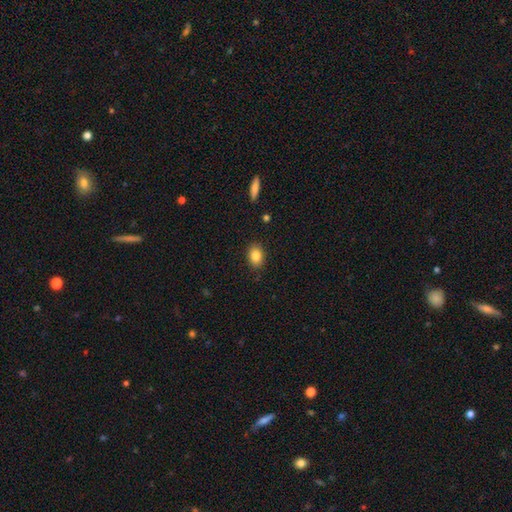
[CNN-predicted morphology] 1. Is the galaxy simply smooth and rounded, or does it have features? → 84% smooth, 9% star or artifact, 7% featured or disk.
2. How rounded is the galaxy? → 71% in between, 28% round, 1% cigar-shaped.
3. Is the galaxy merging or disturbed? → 87% none, 9% minor disturbance, 2% major disturbance, 1% merger.